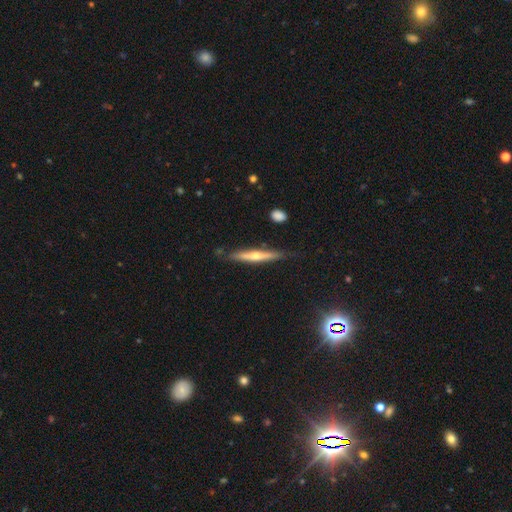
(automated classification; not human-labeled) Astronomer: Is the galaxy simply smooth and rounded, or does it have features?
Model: featured or disk — 62%.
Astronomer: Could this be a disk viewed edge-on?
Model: yes — 94%.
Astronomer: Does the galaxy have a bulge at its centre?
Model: rounded — 82%.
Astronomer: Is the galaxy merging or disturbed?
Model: none — 83%.